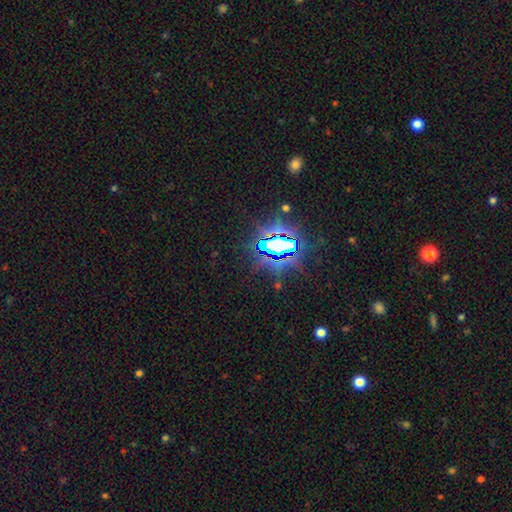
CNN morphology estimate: This is clearly a star or artifact rather than a galaxy (83%).